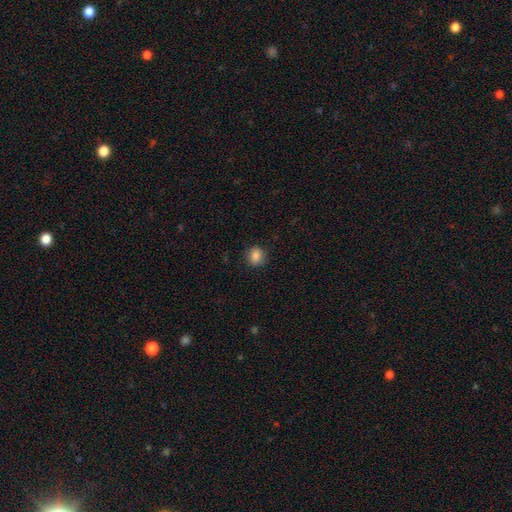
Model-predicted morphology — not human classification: Overall: smooth (85%). How rounded: round (72%). Merging: none (87%).